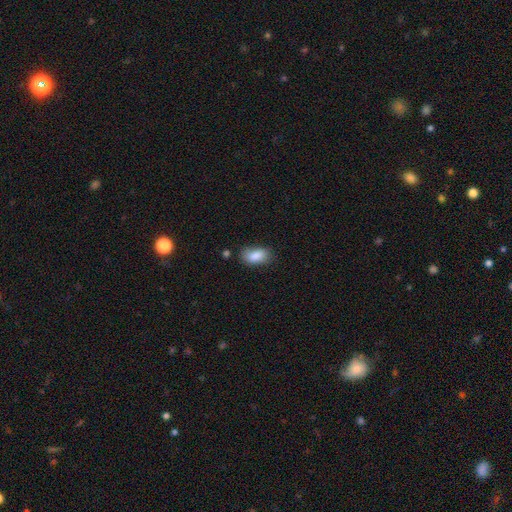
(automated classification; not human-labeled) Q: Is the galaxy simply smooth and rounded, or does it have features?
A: smooth — 87%.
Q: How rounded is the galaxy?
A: in between — 91%.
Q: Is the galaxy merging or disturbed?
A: none — 71%.